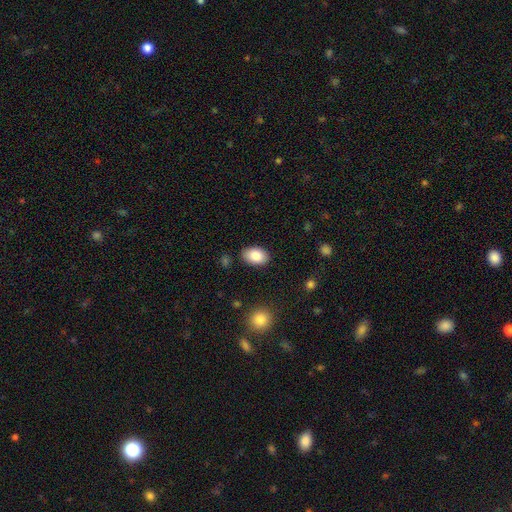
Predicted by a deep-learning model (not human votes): Smooth or featured? Predicted: smooth (p=0.86). How rounded? Predicted: in between (p=0.88). Merging? Predicted: none (p=0.87).